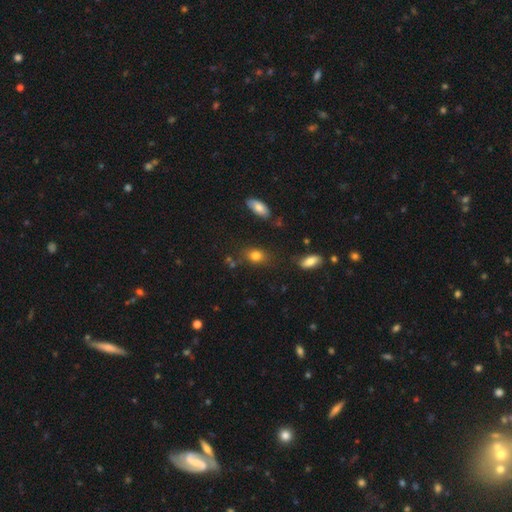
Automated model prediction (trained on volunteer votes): This is clearly a smooth galaxy (81%). How rounded: likely in between (71%). Merging: likely none (73%).